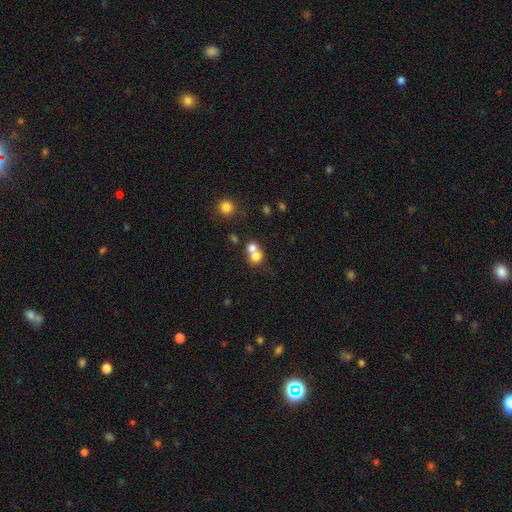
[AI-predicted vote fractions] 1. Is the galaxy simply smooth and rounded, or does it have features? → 72% smooth, 16% featured or disk, 12% star or artifact.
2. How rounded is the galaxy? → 73% round, 26% in between, 1% cigar-shaped.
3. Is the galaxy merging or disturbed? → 63% merger, 28% none, 5% minor disturbance, 3% major disturbance.